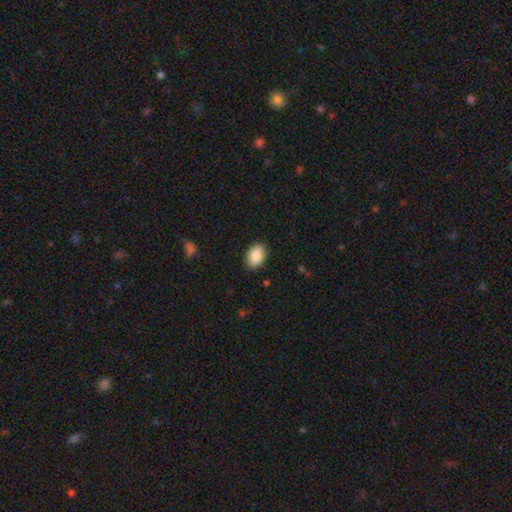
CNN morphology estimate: This appears to be a smooth galaxy with no disk features (87%) that is in between round and cigar-shaped (88%). Merging: none (88%).